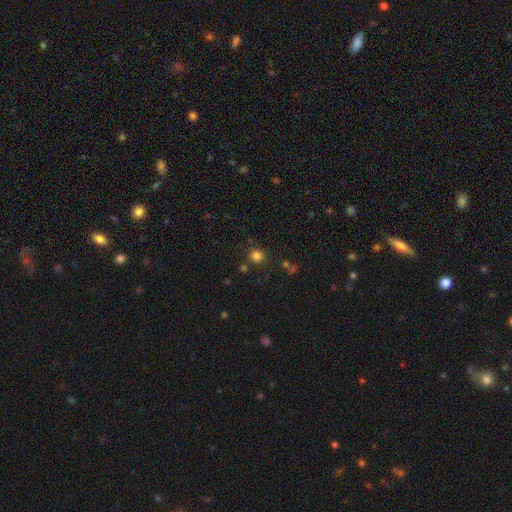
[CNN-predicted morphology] Q: Smooth or featured?
A: smooth (80%); runner-up: star or artifact (15%)
Q: How rounded?
A: round (91%); runner-up: in between (8%)
Q: Merging?
A: none (83%); runner-up: minor disturbance (8%)